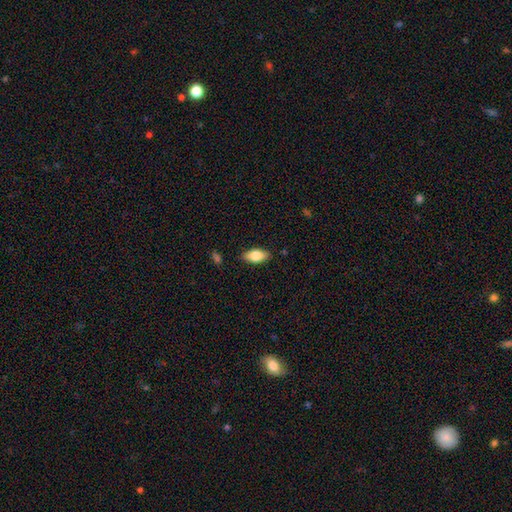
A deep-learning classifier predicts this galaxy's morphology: A smooth galaxy with no disk features (80%) that is in between round and cigar-shaped (89%). Merging: none (86%).